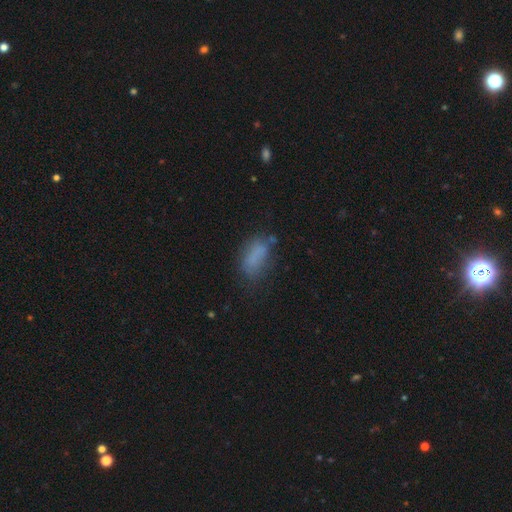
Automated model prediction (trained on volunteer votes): smooth-or-featured: smooth: 73% | featured or disk: 15% | star or artifact: 12%
  how-rounded: in between: 87% | cigar-shaped: 8% | round: 5%
  merging: none: 56% | minor disturbance: 25% | major disturbance: 13% | merger: 6%